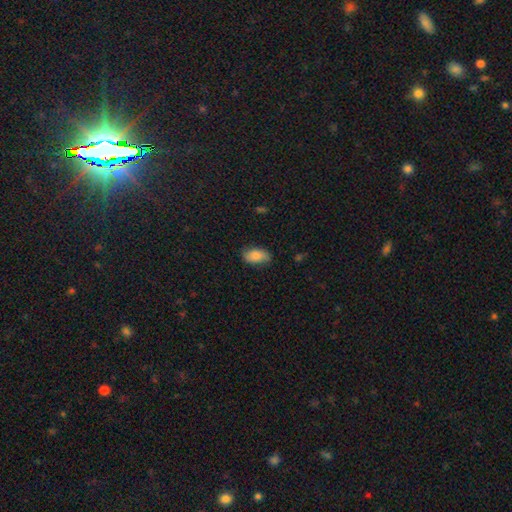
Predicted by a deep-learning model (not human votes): smooth-or-featured: smooth: 80% | featured or disk: 13% | star or artifact: 7%
  how-rounded: in between: 93% | round: 4% | cigar-shaped: 3%
  merging: none: 76% | minor disturbance: 19% | major disturbance: 4% | merger: 1%